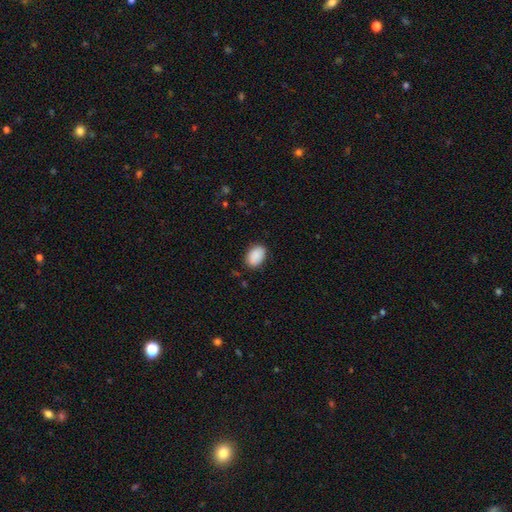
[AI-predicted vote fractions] Overall: smooth (90%). How rounded: in between (85%). Merging: none (84%).